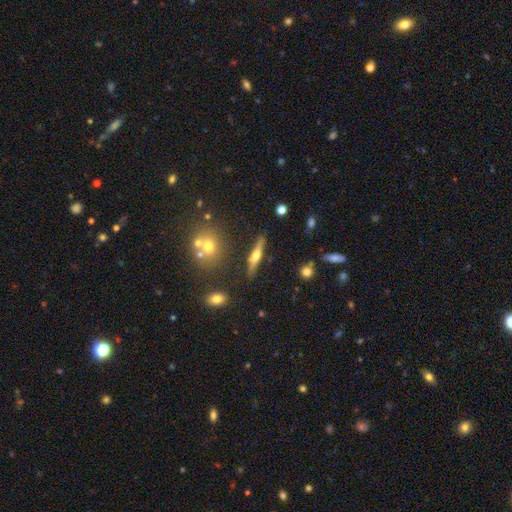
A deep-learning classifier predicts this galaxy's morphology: smooth_or_featured: featured or disk (p=0.64) [alt: smooth p=0.28]
disk_edge_on: yes (p=0.95) [alt: no p=0.05]
edge_on_bulge: rounded (p=0.91) [alt: boxy p=0.05]
merging: none (p=0.83) [alt: minor disturbance p=0.10]